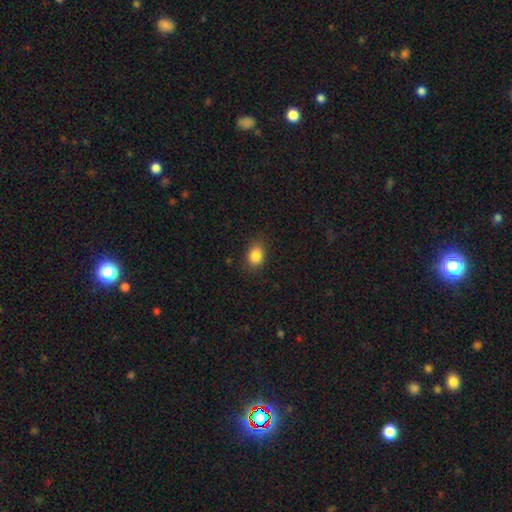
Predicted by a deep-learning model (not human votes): Smooth or featured? Predicted: smooth (p=0.86). How rounded? Predicted: in between (p=0.64). Merging? Predicted: none (p=0.83).